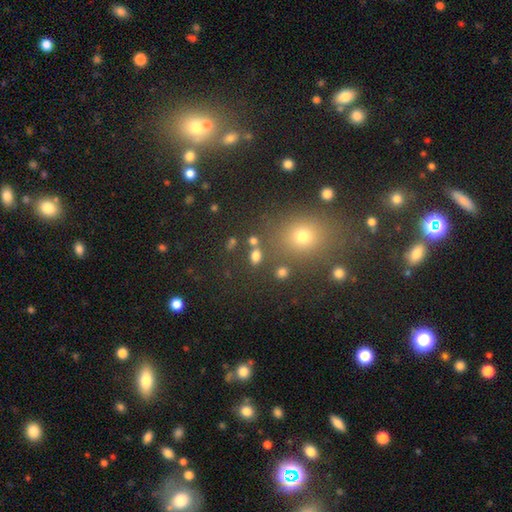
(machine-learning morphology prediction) Q: Smooth or featured?
A: smooth (72%); runner-up: star or artifact (19%)
Q: How rounded?
A: in between (66%); runner-up: round (32%)
Q: Merging?
A: none (73%); runner-up: merger (12%)